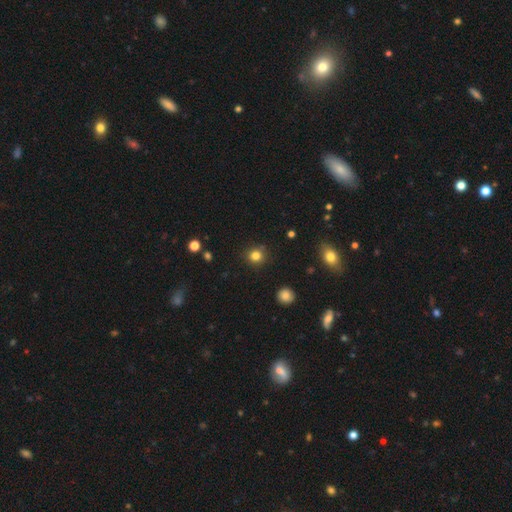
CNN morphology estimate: This is clearly a smooth galaxy (82%). How rounded: clearly round (90%). Merging: clearly none (89%).